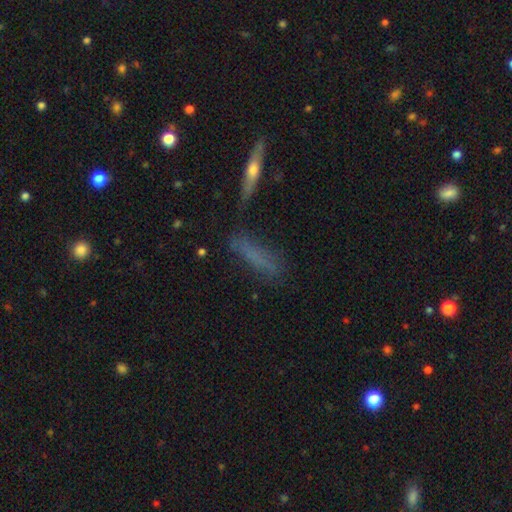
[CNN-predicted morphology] smooth 59%, featured or disk 26%, star or artifact 15%. Down the decision tree: how rounded — cigar-shaped (75%); merging — none (70%).